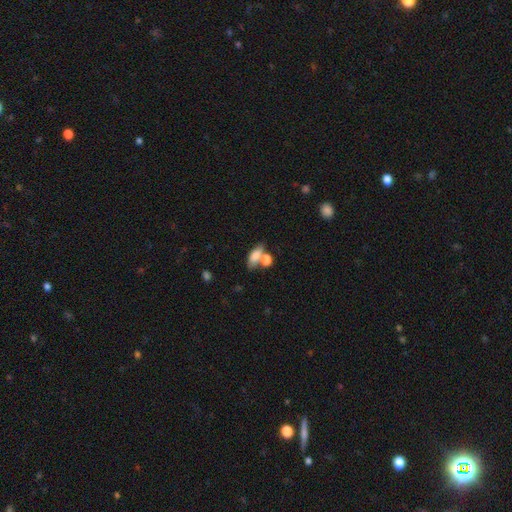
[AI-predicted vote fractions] Smooth or featured?
  - smooth: 78% *
  - featured or disk: 12%
  - star or artifact: 10%
How rounded?
  - in between: 78% *
  - cigar-shaped: 12%
  - round: 10%
Merging?
  - none: 43% *
  - merger: 36%
  - minor disturbance: 14%
  - major disturbance: 7%